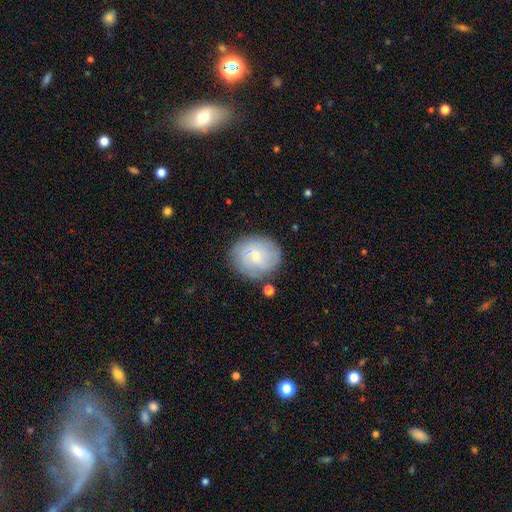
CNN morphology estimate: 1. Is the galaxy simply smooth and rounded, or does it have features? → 46% featured or disk, 45% smooth, 8% star or artifact.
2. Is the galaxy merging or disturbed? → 77% none, 14% minor disturbance, 5% major disturbance, 4% merger.